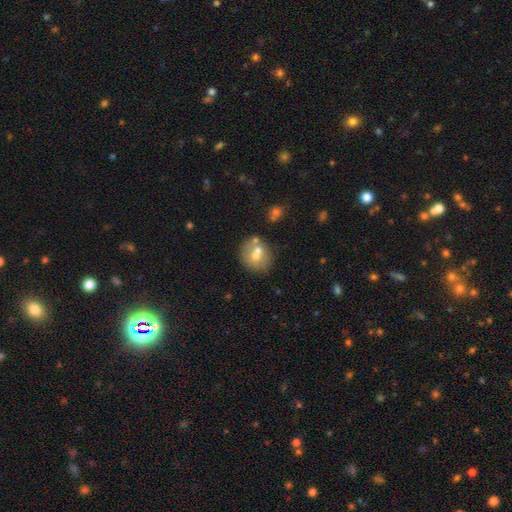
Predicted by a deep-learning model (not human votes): The model was most divided on "smooth or featured": smooth: 61%, featured or disk: 29%, star or artifact: 10%. More confident: how rounded — round (77%); merging — none (59%).